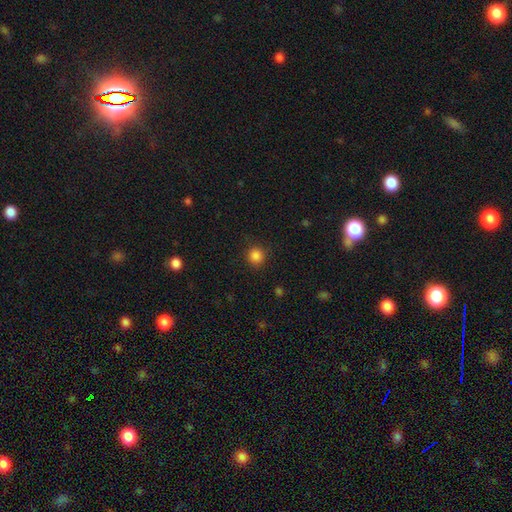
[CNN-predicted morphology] smooth 85%, star or artifact 12%, featured or disk 3%. Down the decision tree: how rounded — round (93%); merging — none (90%).